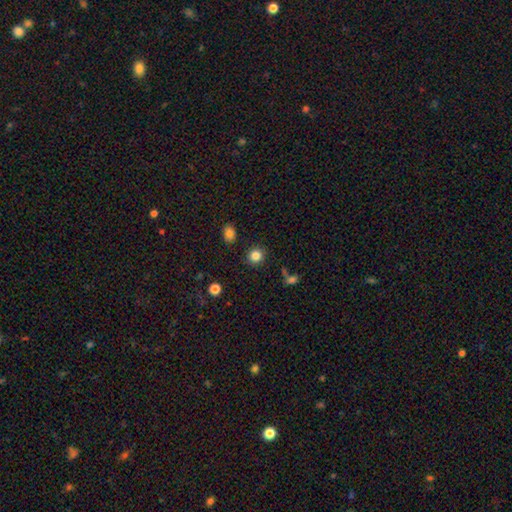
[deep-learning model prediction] A smooth galaxy with no disk features (85%) that is round (88%).

Vote fractions:
- Smooth or featured? smooth: 85% / star or artifact: 11% / featured or disk: 5%
- How rounded? round: 88% / in between: 11% / cigar-shaped: 1%
- Merging? none: 89% / minor disturbance: 6% / merger: 3% / major disturbance: 2%